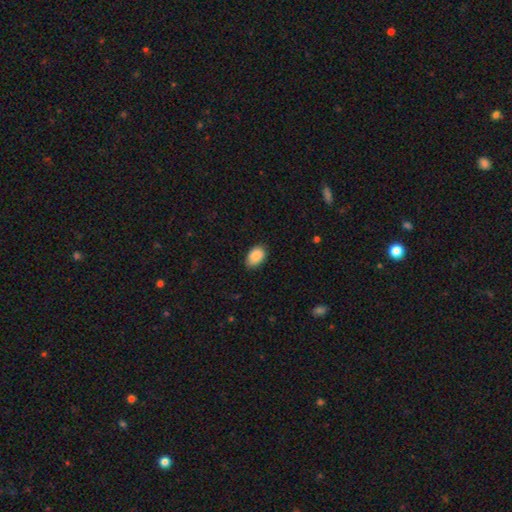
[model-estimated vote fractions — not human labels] smooth_or_featured: smooth (p=0.89) [alt: star or artifact p=0.07]
how_rounded: in between (p=0.89) [alt: round p=0.10]
merging: none (p=0.81) [alt: minor disturbance p=0.16]